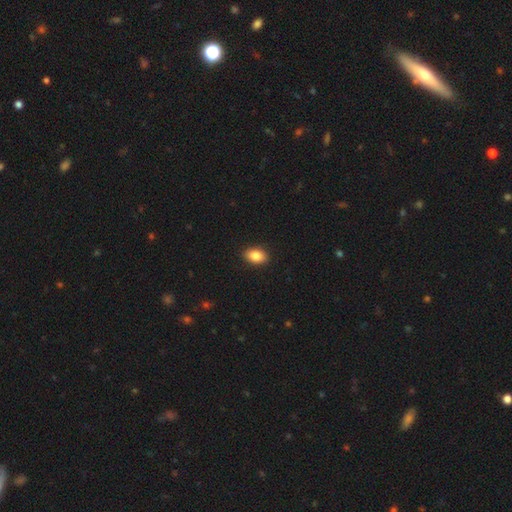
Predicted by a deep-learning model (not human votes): Smooth or featured?
  - smooth: 86% *
  - star or artifact: 8%
  - featured or disk: 6%
How rounded?
  - in between: 86% *
  - round: 12%
  - cigar-shaped: 1%
Merging?
  - none: 90% *
  - minor disturbance: 7%
  - major disturbance: 2%
  - merger: 1%